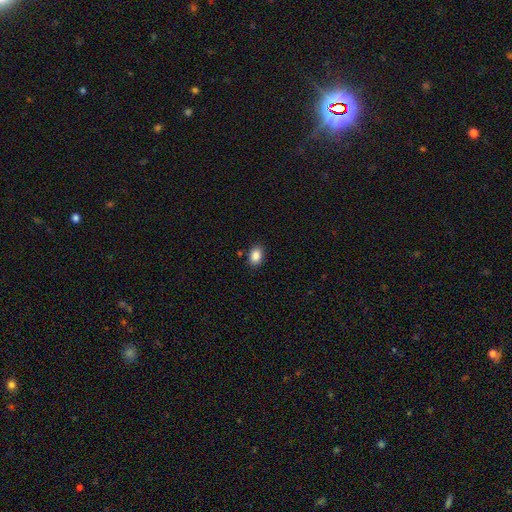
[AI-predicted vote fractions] A smooth galaxy with no disk features (88%) that is in between round and cigar-shaped (76%).

Vote fractions:
- Smooth or featured? smooth: 88% / star or artifact: 9% / featured or disk: 3%
- How rounded? in between: 76% / round: 23% / cigar-shaped: 1%
- Merging? none: 86% / minor disturbance: 10% / major disturbance: 2% / merger: 2%